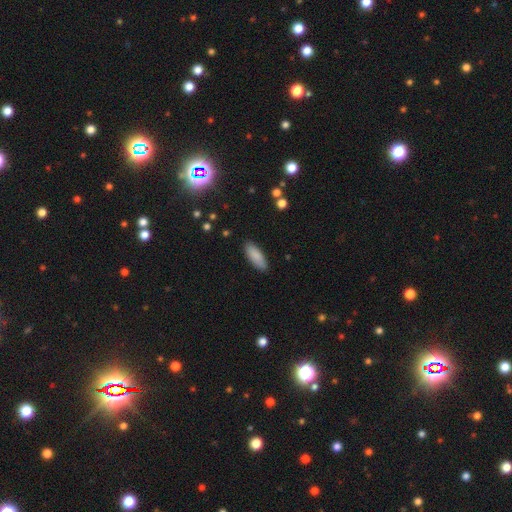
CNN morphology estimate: Overall: smooth (87%). How rounded: in between (71%). Merging: none (88%).